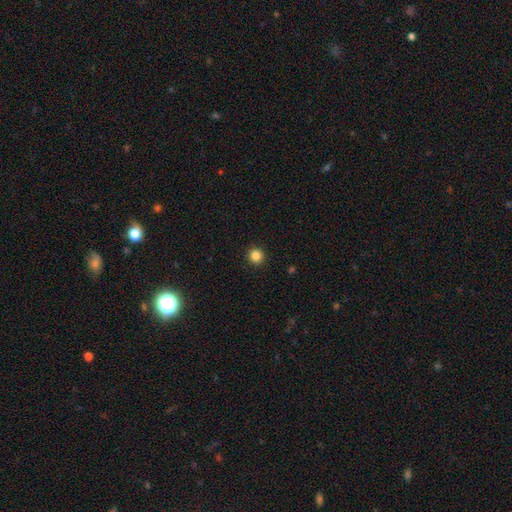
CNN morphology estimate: smooth 85%, star or artifact 12%, featured or disk 4%. Down the decision tree: how rounded — round (94%); merging — none (93%).